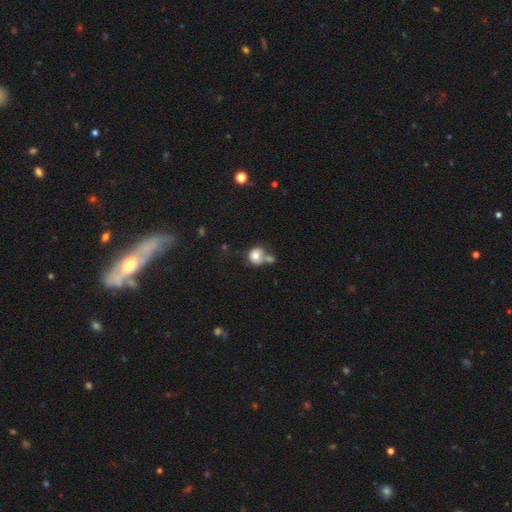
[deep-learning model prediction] Smooth or featured?
  - smooth: 75% *
  - featured or disk: 16%
  - star or artifact: 10%
How rounded?
  - round: 74% *
  - in between: 25%
  - cigar-shaped: 1%
Merging?
  - merger: 41% *
  - none: 37%
  - minor disturbance: 14%
  - major disturbance: 7%